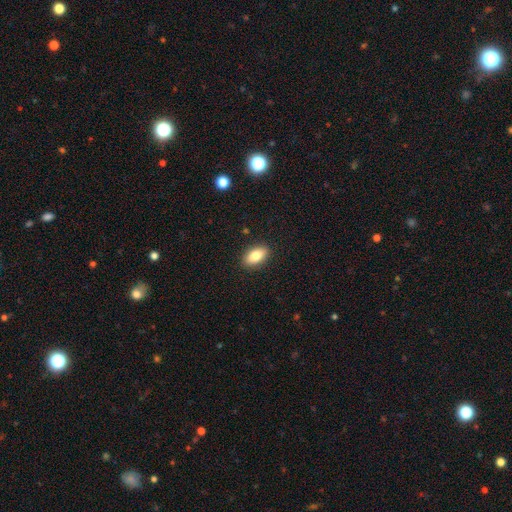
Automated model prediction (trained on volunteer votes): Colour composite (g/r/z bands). It shows a smooth galaxy with no disk features (81%) that is in between round and cigar-shaped (90%). Merging: none (89%).